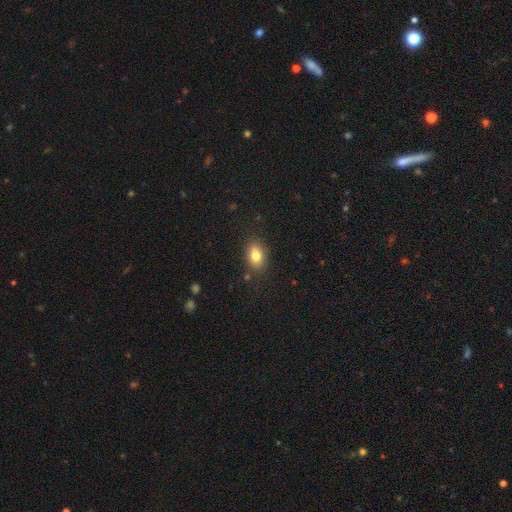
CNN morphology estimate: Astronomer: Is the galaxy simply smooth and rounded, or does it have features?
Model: smooth — 81%.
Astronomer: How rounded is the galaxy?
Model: in between — 73%.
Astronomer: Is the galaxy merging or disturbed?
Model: none — 84%.